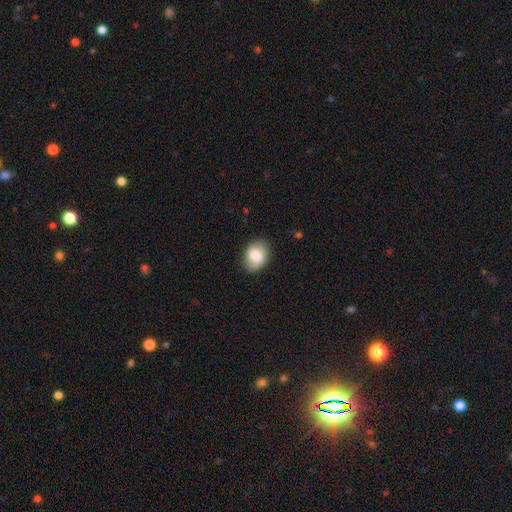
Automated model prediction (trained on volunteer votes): Morphology: type=smooth (78%); roundness=in between (62%); merging=none (82%).